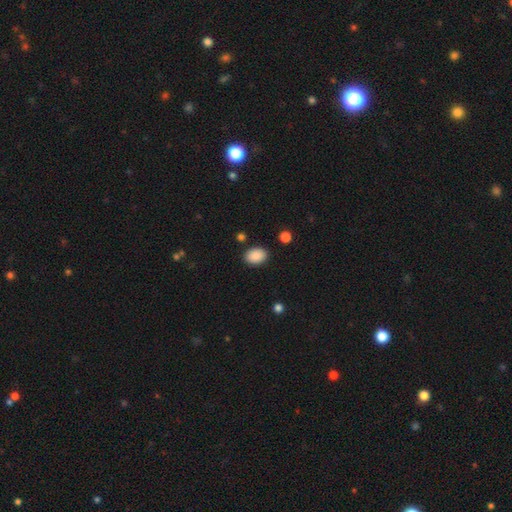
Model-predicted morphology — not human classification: Smooth or featured? smooth (89%)
How rounded? in between (79%)
Merging? none (87%)